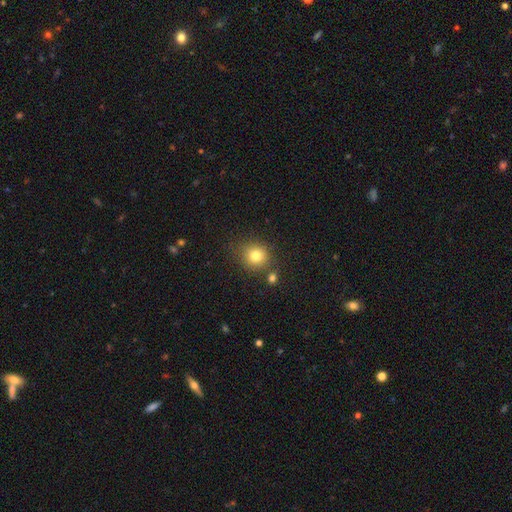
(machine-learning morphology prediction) Overall: smooth (79%). How rounded: round (87%). Merging: none (76%).